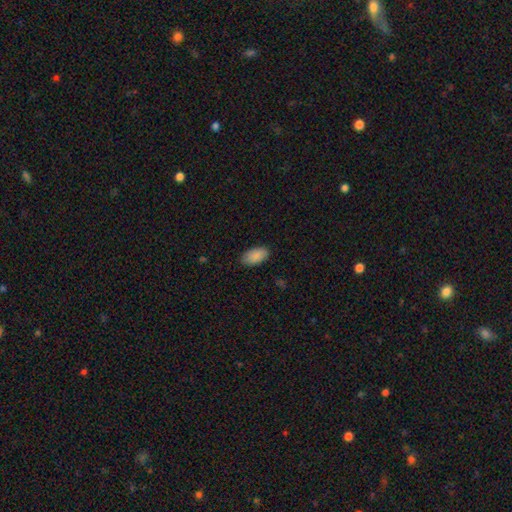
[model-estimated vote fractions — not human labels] This appears to be a smooth galaxy with no disk features (89%) that is in between round and cigar-shaped (95%). Merging: none (86%).